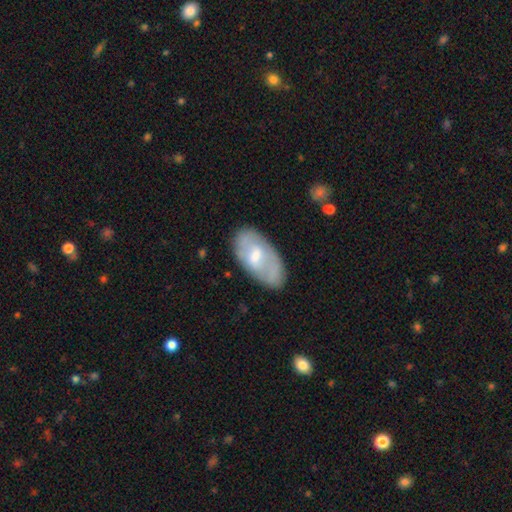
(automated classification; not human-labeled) smooth_or_featured: smooth (p=0.51) [alt: featured or disk p=0.42]
how_rounded: in between (p=0.93) [alt: cigar-shaped p=0.04]
merging: none (p=0.72) [alt: minor disturbance p=0.20]